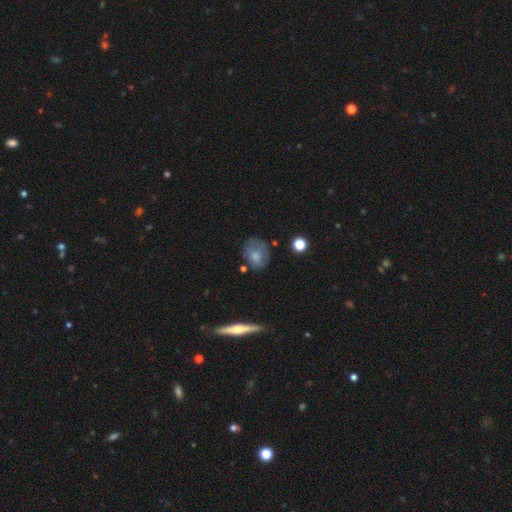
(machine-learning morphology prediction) This appears to be a smooth galaxy with no disk features (69%) that is round (49%, tied with in between). Merging: none (59%).